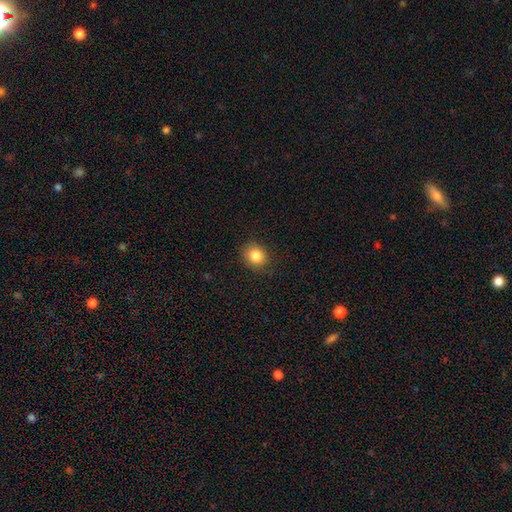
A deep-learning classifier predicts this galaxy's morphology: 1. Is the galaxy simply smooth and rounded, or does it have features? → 84% smooth, 10% star or artifact, 6% featured or disk.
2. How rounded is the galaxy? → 71% round, 28% in between, 1% cigar-shaped.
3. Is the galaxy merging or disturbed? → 86% none, 10% minor disturbance, 3% major disturbance, 1% merger.